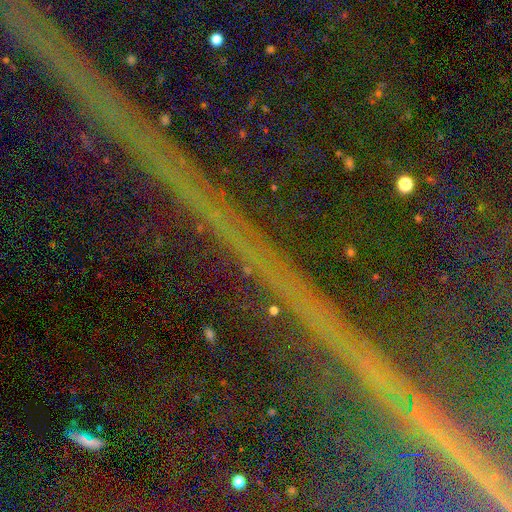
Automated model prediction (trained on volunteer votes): Smooth or featured? Predicted: star or artifact (p=0.85).